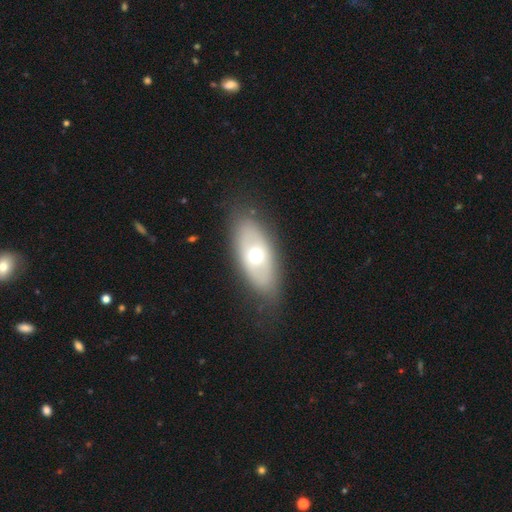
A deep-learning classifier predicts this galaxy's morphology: Overall: smooth (54%; featured or disk 39%). How rounded: in between (86%). Merging: none (80%).